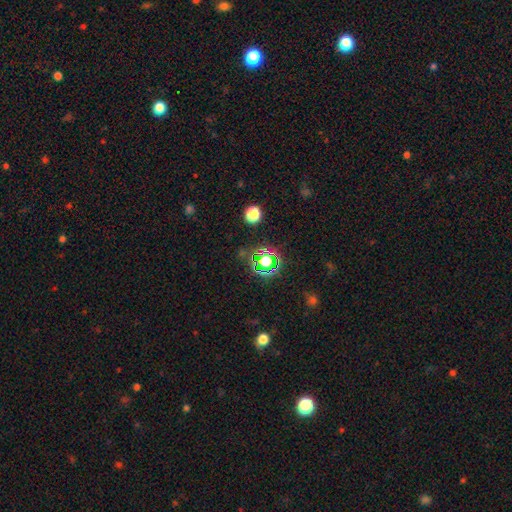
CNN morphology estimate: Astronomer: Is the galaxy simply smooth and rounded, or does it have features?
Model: star or artifact — 73%.